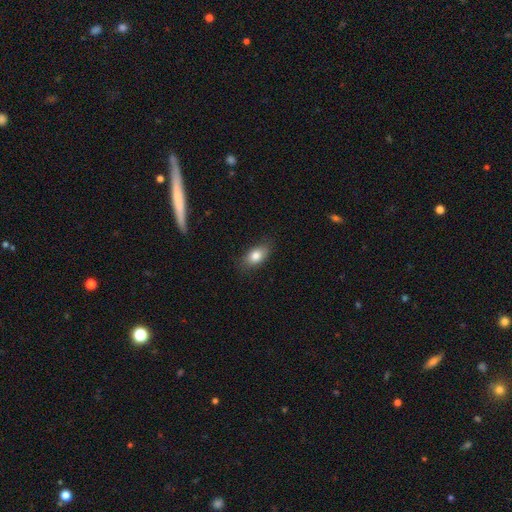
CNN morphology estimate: smooth_or_featured: smooth (p=0.81) [alt: featured or disk p=0.11]
how_rounded: in between (p=0.85) [alt: round p=0.11]
merging: none (p=0.80) [alt: minor disturbance p=0.16]